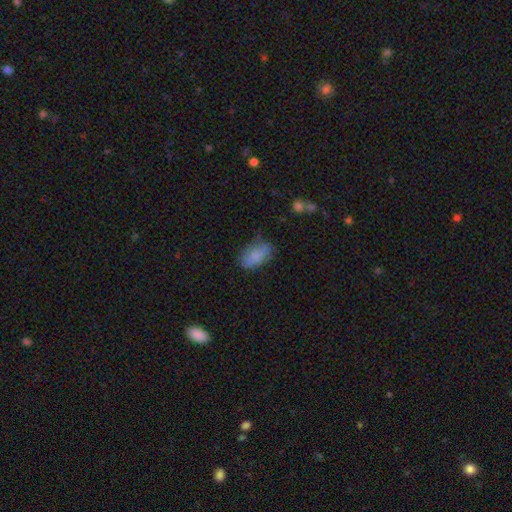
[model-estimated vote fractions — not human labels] Smooth or featured?
  - smooth: 76% *
  - featured or disk: 15%
  - star or artifact: 9%
How rounded?
  - in between: 90% *
  - round: 5%
  - cigar-shaped: 4%
Merging?
  - none: 62% *
  - minor disturbance: 26%
  - major disturbance: 9%
  - merger: 3%